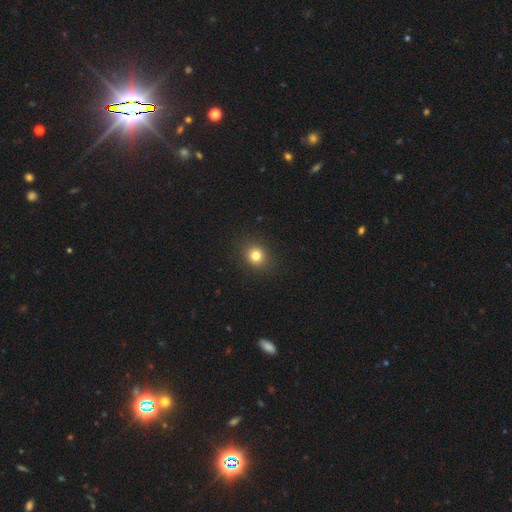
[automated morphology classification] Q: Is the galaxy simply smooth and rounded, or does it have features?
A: smooth — 80%.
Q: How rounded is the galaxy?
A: round — 77%.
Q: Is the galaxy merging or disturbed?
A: none — 90%.